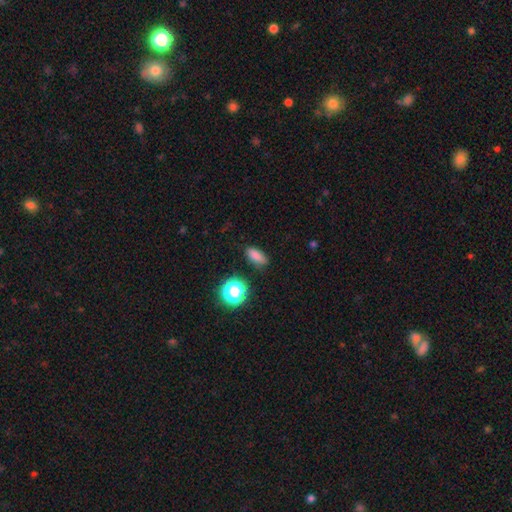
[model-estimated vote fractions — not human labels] Smooth or featured: smooth — 80% (star or artifact — 14%)
How rounded: in between — 78% (cigar-shaped — 11%)
Merging: none — 82% (minor disturbance — 13%)